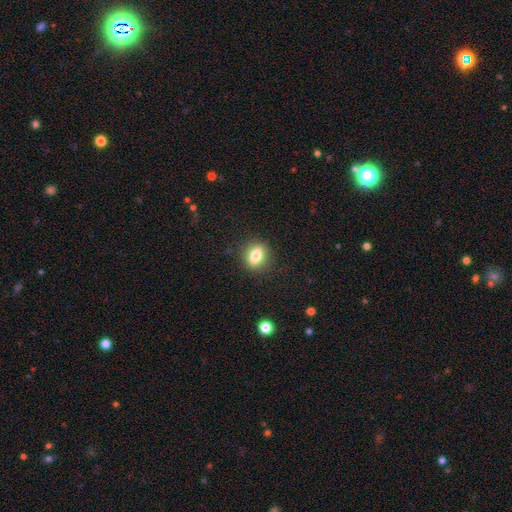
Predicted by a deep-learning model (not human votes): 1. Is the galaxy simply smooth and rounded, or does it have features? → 77% smooth, 13% featured or disk, 10% star or artifact.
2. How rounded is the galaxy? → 58% in between, 38% round, 4% cigar-shaped.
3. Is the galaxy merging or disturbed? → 87% none, 9% minor disturbance, 3% major disturbance, 1% merger.